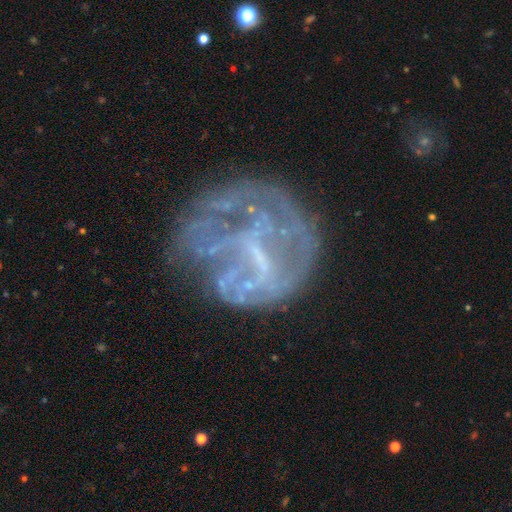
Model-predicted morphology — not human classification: Smooth or featured?
  - featured or disk: 69% *
  - smooth: 18%
  - star or artifact: 14%
Edge-on disk?
  - no: 98% *
  - yes: 2%
Bar?
  - no: 50% *
  - weak: 34%
  - strong: 16%
Spiral arms?
  - no: 63% *
  - yes: 37%
Bulge size?
  - none: 62% *
  - small: 27%
  - moderate: 9%
  - large: 1%
  - dominant: 1%
Merging?
  - none: 45% *
  - major disturbance: 32%
  - minor disturbance: 19%
  - merger: 4%